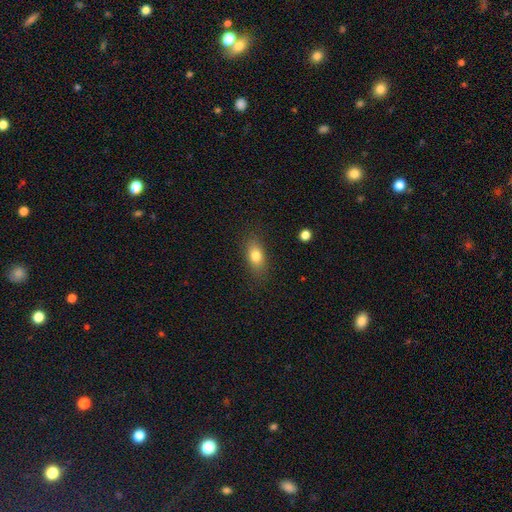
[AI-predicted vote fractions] Smooth or featured: smooth — 79% (featured or disk — 12%)
How rounded: in between — 81% (round — 10%)
Merging: none — 84% (minor disturbance — 12%)